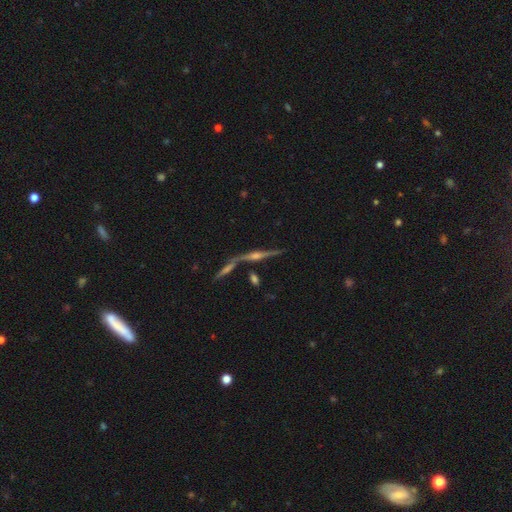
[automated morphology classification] featured or disk 79%, star or artifact 11%, smooth 10%. Down the decision tree: edge-on disk — yes (91%); edge-on bulge — rounded (88%); merging — none (58%).